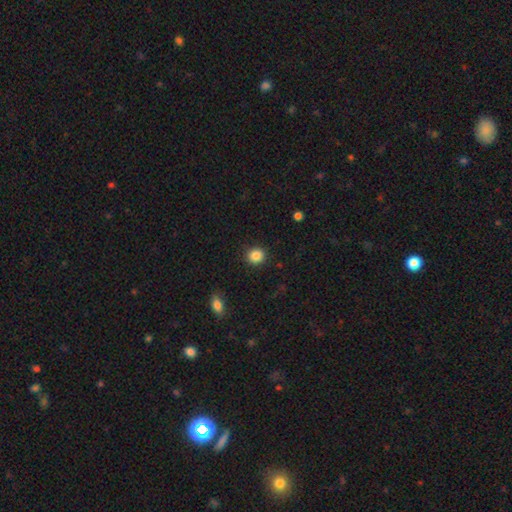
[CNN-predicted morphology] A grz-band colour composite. It shows a smooth galaxy with no disk features (87%) that is round (88%). Merging: none (90%).